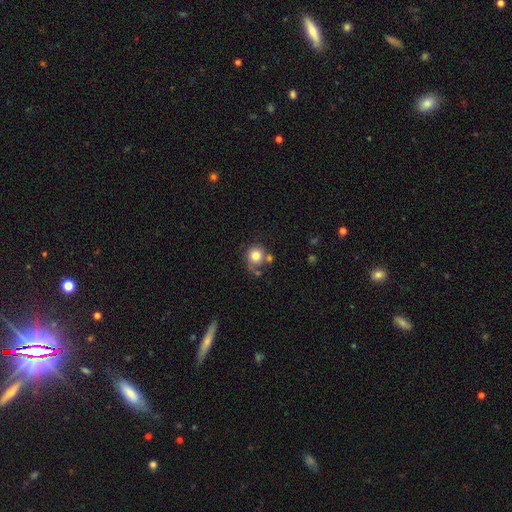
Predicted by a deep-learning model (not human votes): A smooth galaxy with no disk features (80%) that is round (87%). Merging: none (60%).